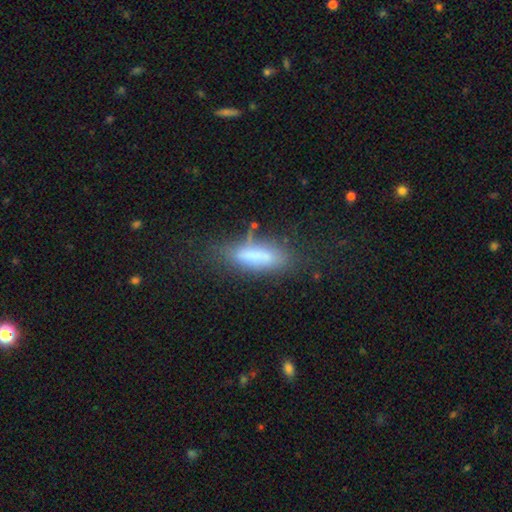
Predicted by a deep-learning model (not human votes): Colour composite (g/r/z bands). It shows a smooth galaxy with no disk features (69%) that is in between round and cigar-shaped (50%). Merging: none (56%).